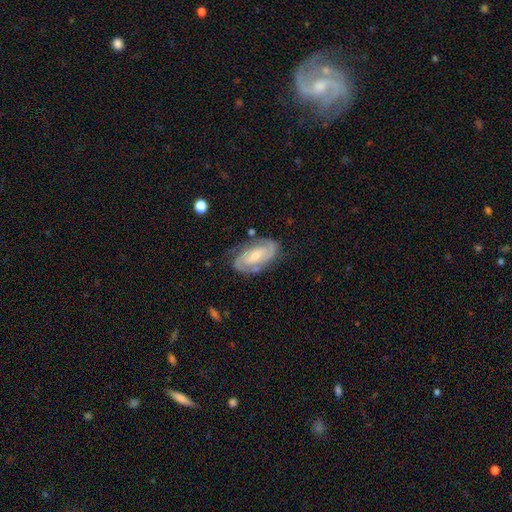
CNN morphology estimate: smooth_or_featured: featured or disk (p=0.81) [alt: smooth p=0.14]
disk_edge_on: no (p=0.96) [alt: yes p=0.04]
bar: no (p=0.44) [alt: weak p=0.40]
has_spiral_arms: yes (p=0.94) [alt: no p=0.06]
spiral_winding: tight (p=0.54) [alt: medium p=0.36]
spiral_arm_count: 2 (p=0.79) [alt: can't tell p=0.12]
bulge_size: small (p=0.55) [alt: moderate p=0.37]
merging: none (p=0.74) [alt: minor disturbance p=0.18]